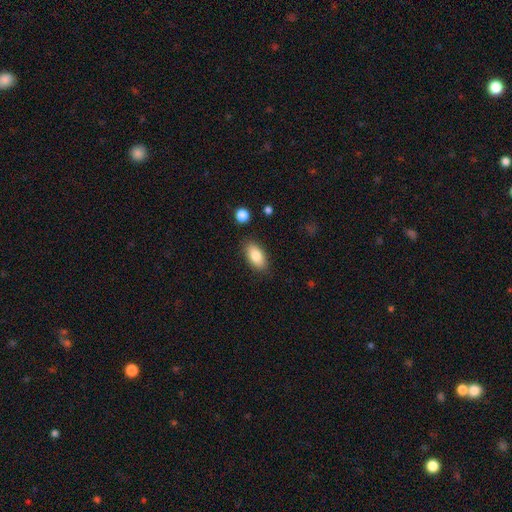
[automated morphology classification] smooth_or_featured: smooth (p=0.82) [alt: featured or disk p=0.11]
how_rounded: in between (p=0.91) [alt: cigar-shaped p=0.05]
merging: none (p=0.85) [alt: minor disturbance p=0.10]